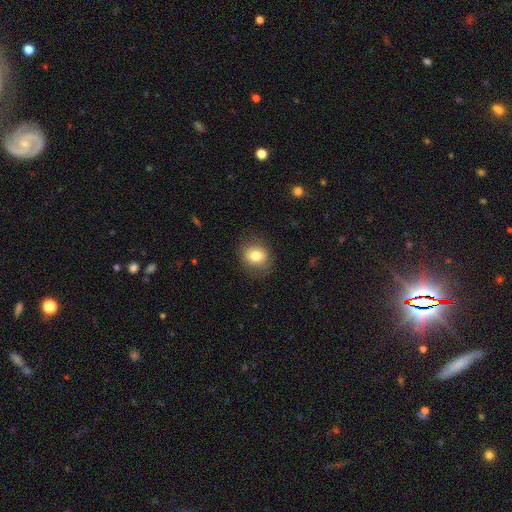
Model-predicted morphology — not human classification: This is likely a smooth galaxy (77%). How rounded: likely round (68%). Merging: clearly none (82%).